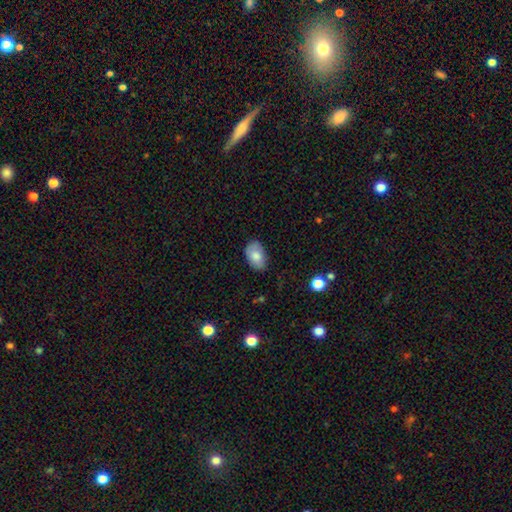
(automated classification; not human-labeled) Overall: smooth (78%). How rounded: in between (91%). Merging: none (78%).